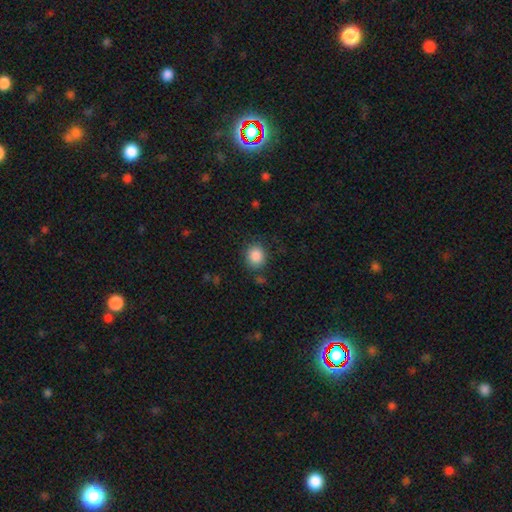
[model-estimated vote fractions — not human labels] A smooth galaxy with no disk features (87%) that is round (79%). Merging: none (84%).